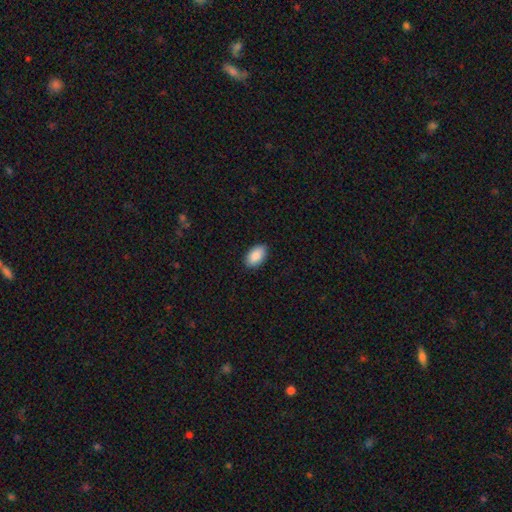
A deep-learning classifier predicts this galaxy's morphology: Q: Smooth or featured?
A: smooth (90%); runner-up: star or artifact (6%)
Q: How rounded?
A: in between (94%); runner-up: round (4%)
Q: Merging?
A: none (87%); runner-up: minor disturbance (10%)